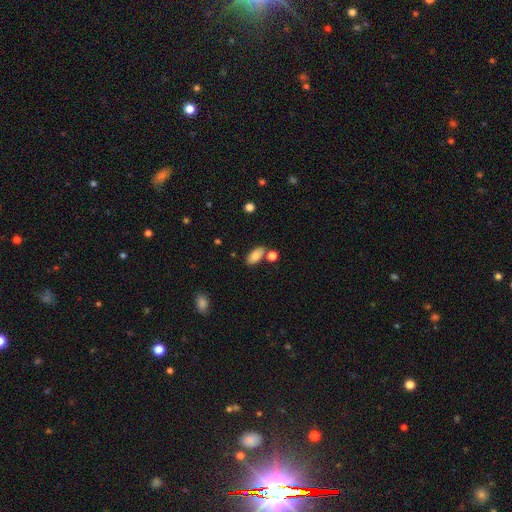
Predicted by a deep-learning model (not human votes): smooth-or-featured: smooth: 81% | featured or disk: 12% | star or artifact: 8%
  how-rounded: in between: 91% | cigar-shaped: 6% | round: 3%
  merging: none: 72% | merger: 13% | minor disturbance: 12% | major disturbance: 3%